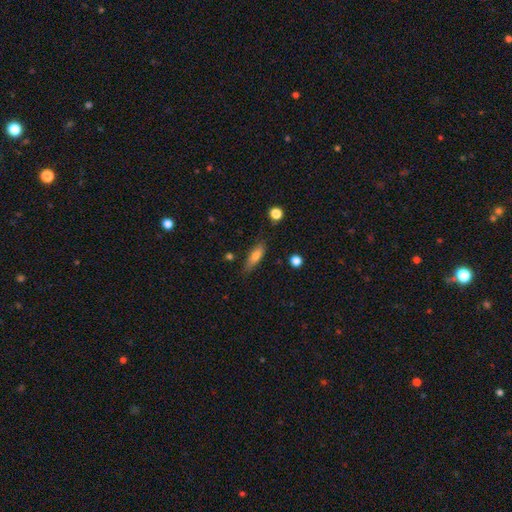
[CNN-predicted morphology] Smooth or featured? smooth (72%)
How rounded? in between (49%)
Merging? none (76%)